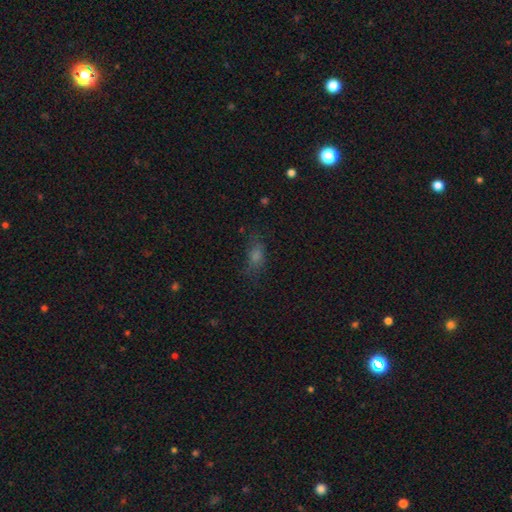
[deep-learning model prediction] Smooth or featured: smooth — 56% (star or artifact — 28%)
How rounded: in between — 69% (cigar-shaped — 17%)
Merging: none — 69% (minor disturbance — 19%)